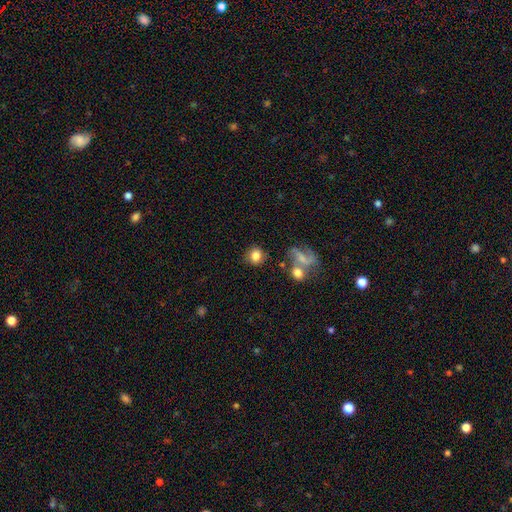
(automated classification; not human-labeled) A smooth galaxy with no disk features (79%) that is round (80%).

Vote fractions:
- Smooth or featured? smooth: 79% / featured or disk: 12% / star or artifact: 10%
- How rounded? round: 80% / in between: 19% / cigar-shaped: 1%
- Merging? none: 70% / minor disturbance: 14% / merger: 9% / major disturbance: 7%